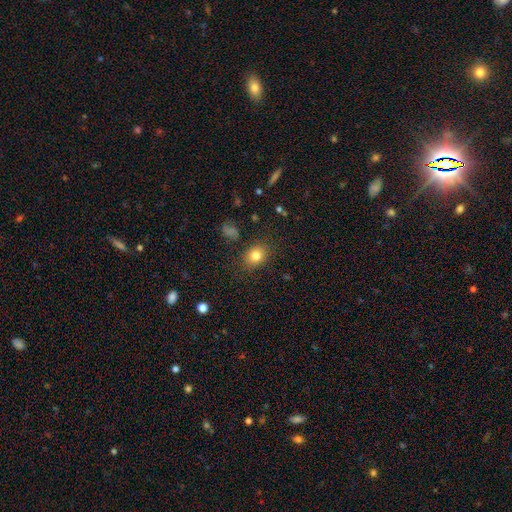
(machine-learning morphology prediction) smooth-or-featured: smooth: 80% | star or artifact: 11% | featured or disk: 8%
  how-rounded: round: 50% | in between: 49% | cigar-shaped: 1%
  merging: none: 84% | minor disturbance: 10% | major disturbance: 4% | merger: 2%